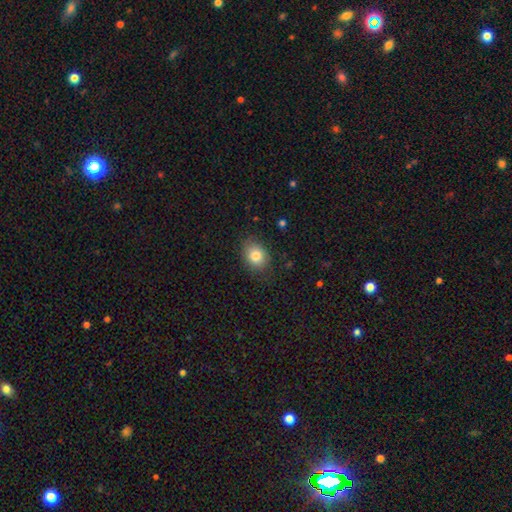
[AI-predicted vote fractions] Smooth or featured: smooth — 81% (featured or disk — 9%)
How rounded: in between — 59% (round — 40%)
Merging: none — 82% (minor disturbance — 14%)